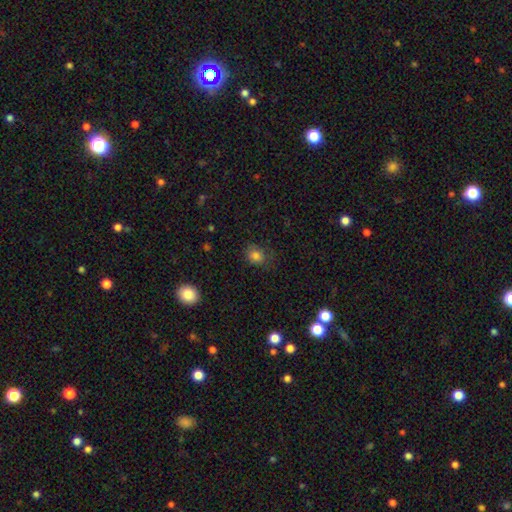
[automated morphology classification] Smooth or featured: smooth — 81% (star or artifact — 13%)
How rounded: round — 60% (in between — 39%)
Merging: none — 68% (minor disturbance — 23%)